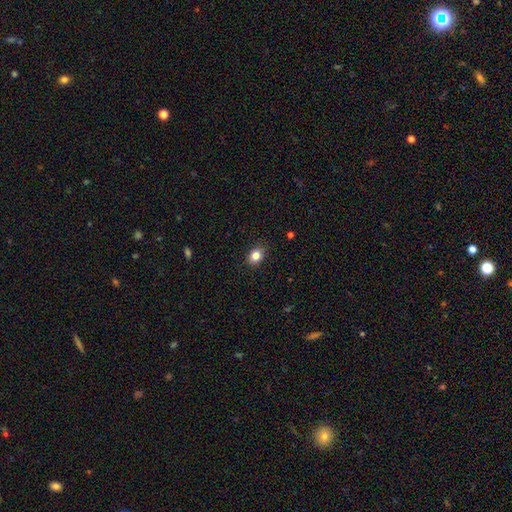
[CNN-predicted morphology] Smooth or featured: smooth — 83% (star or artifact — 10%)
How rounded: in between — 54% (round — 45%)
Merging: none — 88% (minor disturbance — 9%)